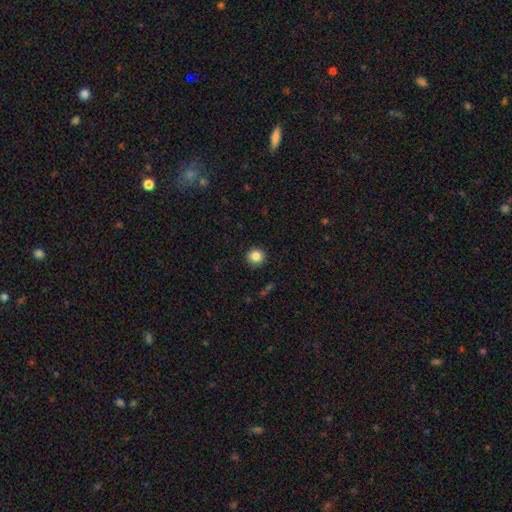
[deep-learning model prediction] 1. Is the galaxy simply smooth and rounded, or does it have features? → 85% smooth, 10% star or artifact, 5% featured or disk.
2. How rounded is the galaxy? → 94% round, 5% in between, 1% cigar-shaped.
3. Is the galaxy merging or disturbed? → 91% none, 6% minor disturbance, 2% major disturbance, 1% merger.